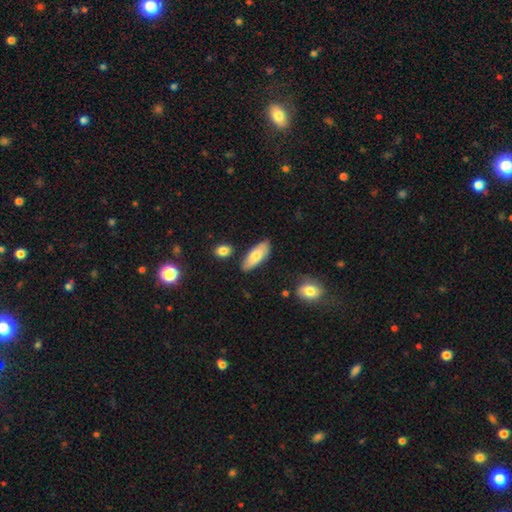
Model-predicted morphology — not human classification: Smooth or featured? smooth (73%)
How rounded? in between (82%)
Merging? none (77%)